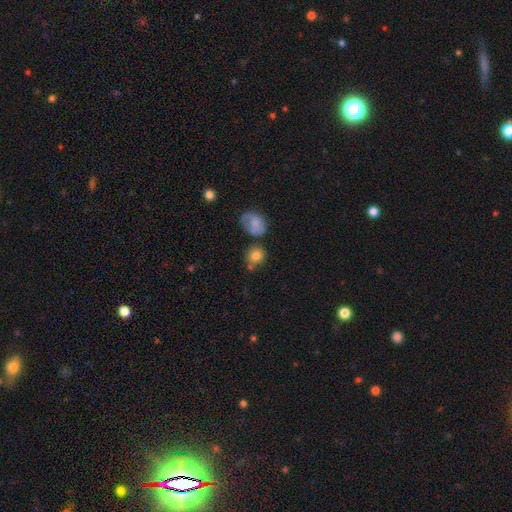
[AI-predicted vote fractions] The model was most divided on "merging": none: 61%, minor disturbance: 17%, merger: 17%, major disturbance: 6%. More confident: smooth or featured — smooth (81%); how rounded — round (78%).